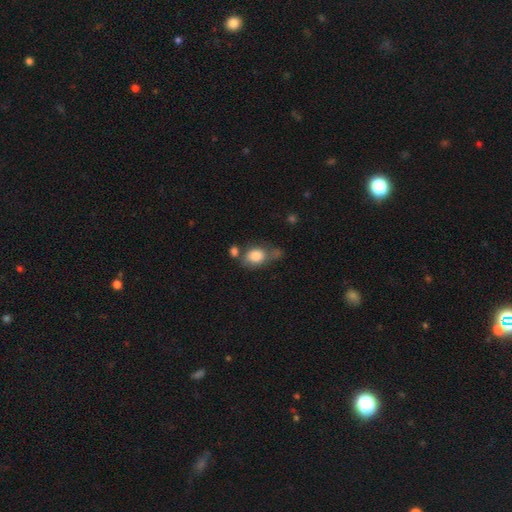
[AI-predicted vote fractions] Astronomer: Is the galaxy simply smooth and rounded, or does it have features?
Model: smooth — 81%.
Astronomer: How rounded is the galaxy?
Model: in between — 61% (runner-up: round, 37%).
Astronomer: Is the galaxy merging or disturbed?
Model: none — 41% (runner-up: merger, 26%).